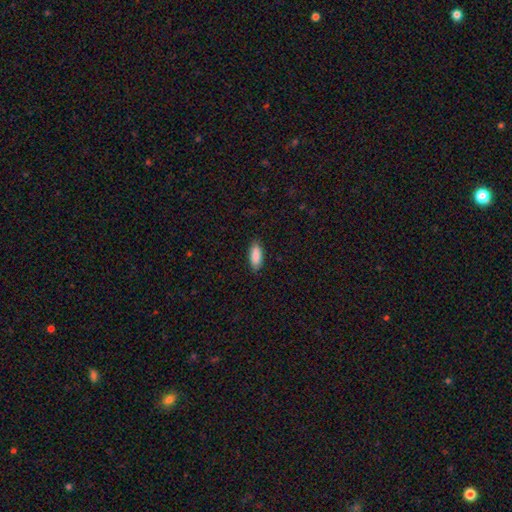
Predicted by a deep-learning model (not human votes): Q: Smooth or featured?
A: smooth (89%); runner-up: star or artifact (6%)
Q: How rounded?
A: in between (77%); runner-up: cigar-shaped (21%)
Q: Merging?
A: none (88%); runner-up: minor disturbance (9%)